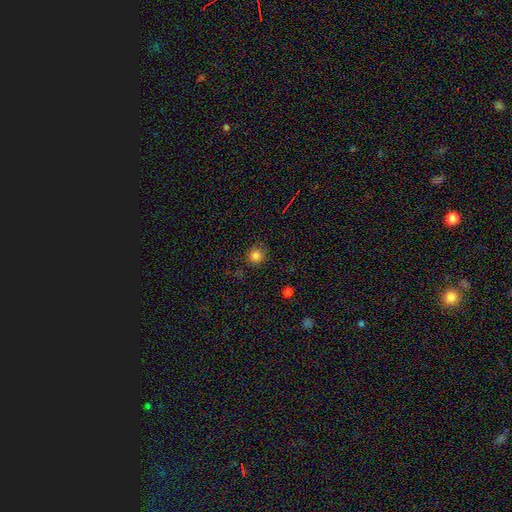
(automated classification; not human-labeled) Q: Smooth or featured?
A: smooth (81%); runner-up: star or artifact (14%)
Q: How rounded?
A: round (87%); runner-up: in between (12%)
Q: Merging?
A: none (81%); runner-up: minor disturbance (14%)